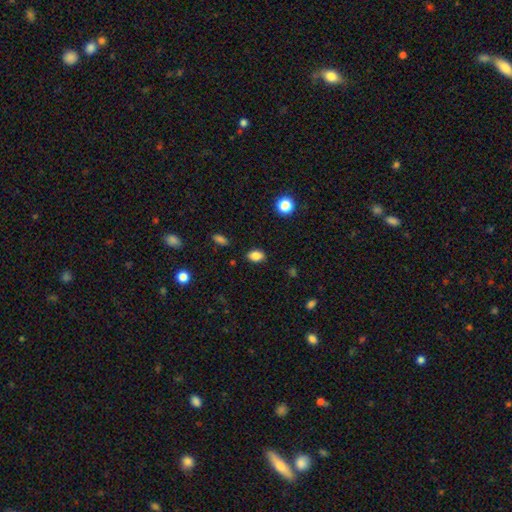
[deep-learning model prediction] This appears to be a smooth galaxy with no disk features (85%) that is in between round and cigar-shaped (81%). Merging: none (86%).